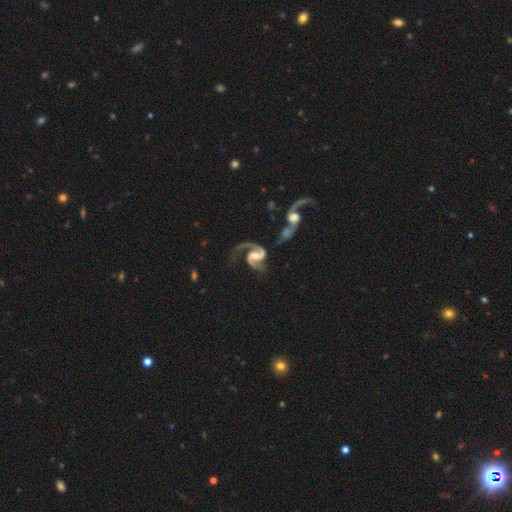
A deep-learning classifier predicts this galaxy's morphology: Smooth or featured?
  - featured or disk: 93% *
  - star or artifact: 4%
  - smooth: 3%
Edge-on disk?
  - no: 98% *
  - yes: 2%
Bar?
  - weak: 49% *
  - no: 31%
  - strong: 20%
Spiral arms?
  - yes: 98% *
  - no: 2%
Spiral winding?
  - medium: 60% *
  - loose: 27%
  - tight: 14%
Spiral arm count?
  - 2: 91% *
  - 1: 4%
  - can't tell: 2%
  - 3: 1%
  - 4: 1%
  - more than 4: 1%
Bulge size?
  - moderate: 51% *
  - small: 31%
  - none: 10%
  - large: 7%
  - dominant: 1%
Merging?
  - none: 51% *
  - minor disturbance: 19%
  - major disturbance: 16%
  - merger: 14%